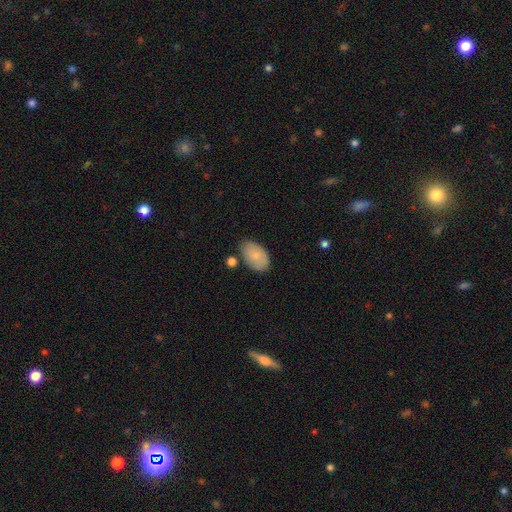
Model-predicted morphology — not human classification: The model was most divided on "merging": none: 74%, minor disturbance: 18%, merger: 5%, major disturbance: 4%. More confident: how rounded — in between (92%); smooth or featured — smooth (81%).